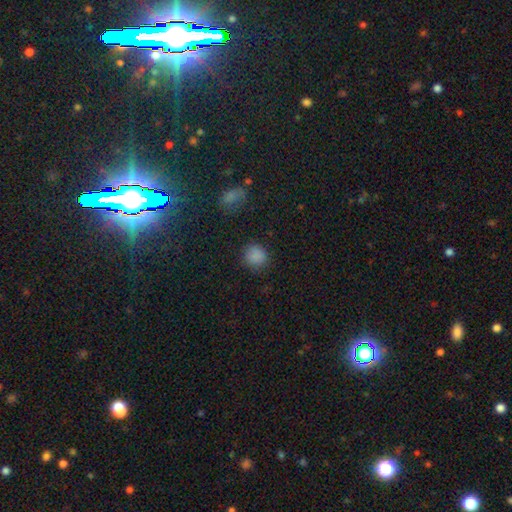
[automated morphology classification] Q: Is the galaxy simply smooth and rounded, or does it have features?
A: smooth — 83%.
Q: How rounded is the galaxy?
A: round — 87%.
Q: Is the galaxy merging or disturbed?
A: none — 86%.